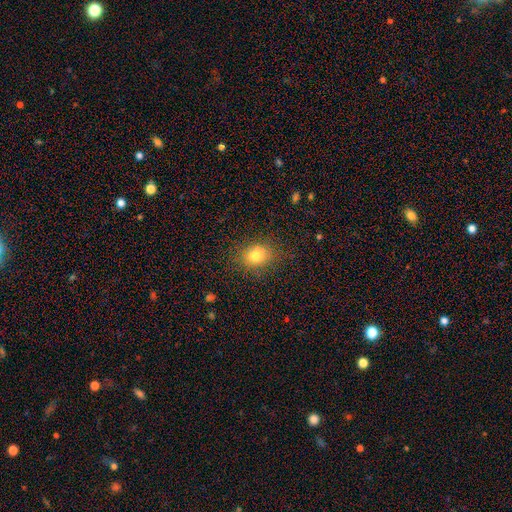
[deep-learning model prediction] The model was most divided on "how rounded": round: 50%, in between: 48%, cigar-shaped: 1%. More confident: smooth or featured — smooth (77%); merging — none (76%).